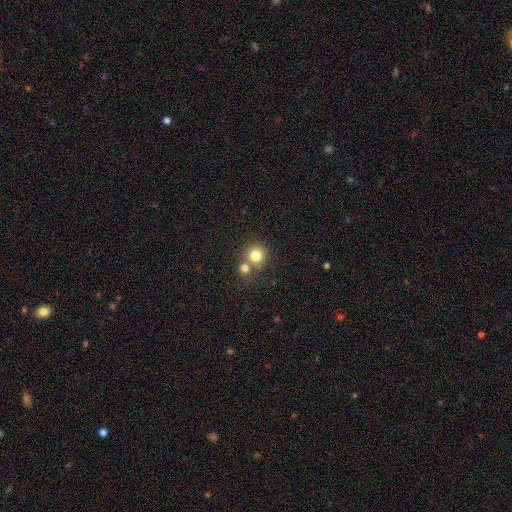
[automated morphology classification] This appears to be a smooth galaxy with no disk features (79%) that is round (90%). Merging: none (54%).